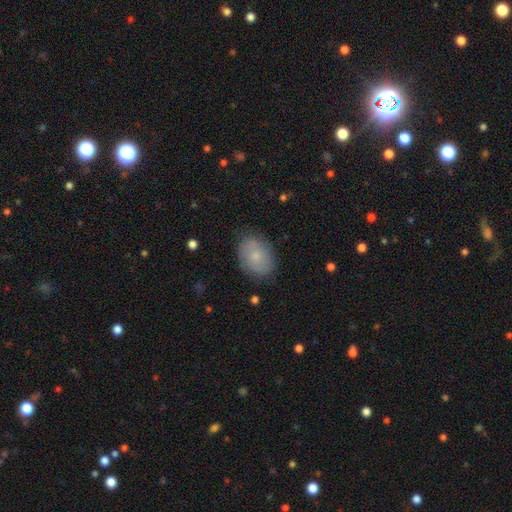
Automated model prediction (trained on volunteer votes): Overall: smooth (67%). How rounded: in between (72%). Merging: none (82%).